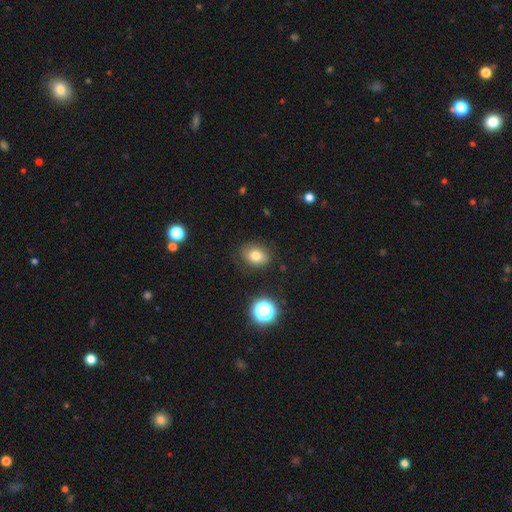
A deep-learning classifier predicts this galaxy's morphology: A smooth galaxy with no disk features (78%) that is in between round and cigar-shaped (61%).

Vote fractions:
- Smooth or featured? smooth: 78% / star or artifact: 12% / featured or disk: 10%
- How rounded? in between: 61% / round: 38% / cigar-shaped: 1%
- Merging? none: 83% / minor disturbance: 12% / major disturbance: 3% / merger: 2%